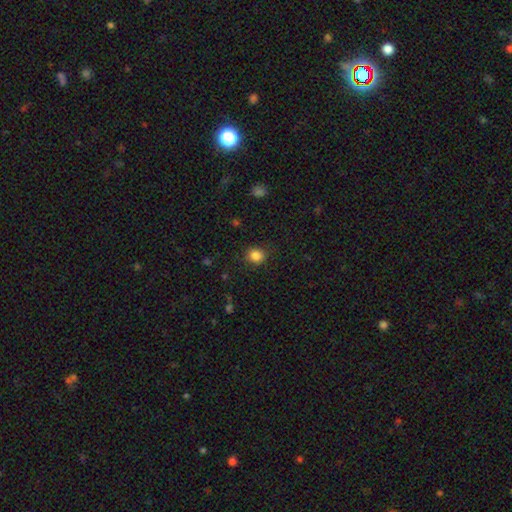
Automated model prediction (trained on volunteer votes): smooth-or-featured: smooth: 85% | star or artifact: 11% | featured or disk: 4%
  how-rounded: round: 78% | in between: 21% | cigar-shaped: 1%
  merging: none: 85% | minor disturbance: 10% | major disturbance: 3% | merger: 1%